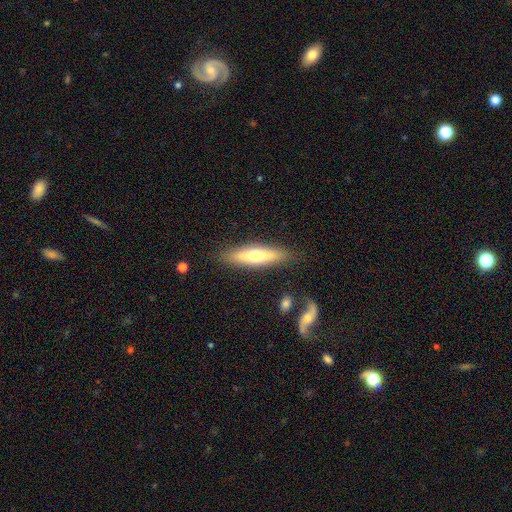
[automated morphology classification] This appears to be a smooth galaxy with no disk features (50%) that is cigar-shaped (75%). Merging: none (85%).